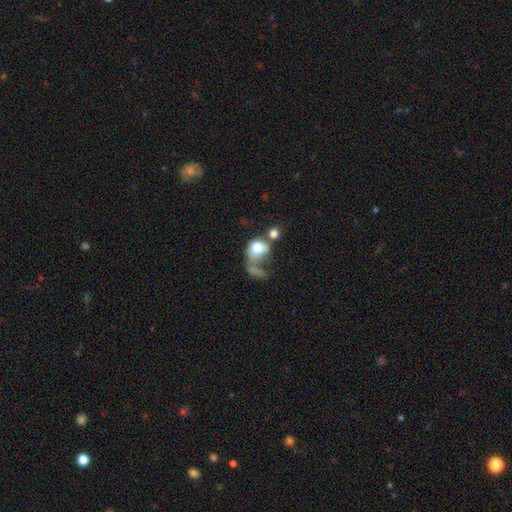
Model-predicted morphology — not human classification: Overall: smooth (60%; featured or disk 29%). How rounded: round (60%; in between 38%). Merging: major disturbance (37%; merger 35%).